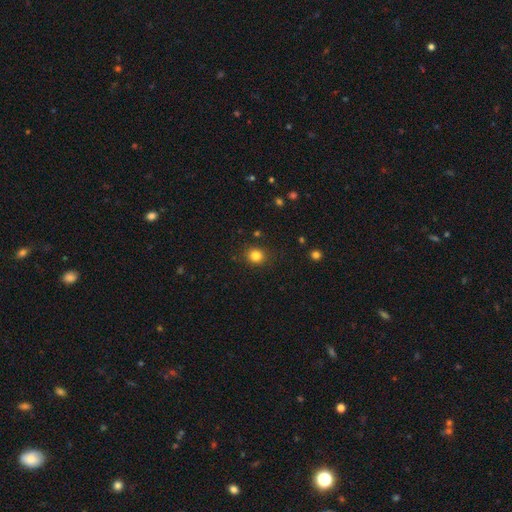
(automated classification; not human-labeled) Morphology: type=smooth (82%); roundness=round (83%); merging=none (88%).